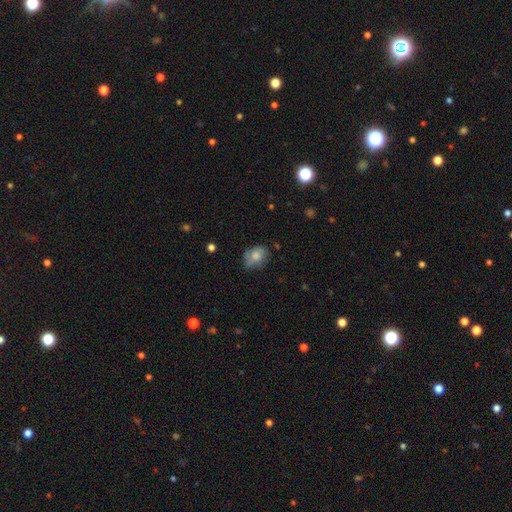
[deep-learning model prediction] Smooth or featured? smooth (70%)
How rounded? in between (59%)
Merging? none (58%)